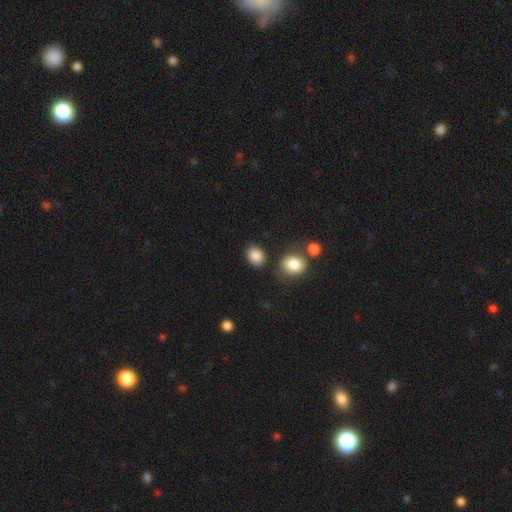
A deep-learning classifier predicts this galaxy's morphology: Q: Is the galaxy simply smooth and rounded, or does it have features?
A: smooth — 87%.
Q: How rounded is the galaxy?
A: in between — 56%.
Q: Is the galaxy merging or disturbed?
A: none — 77%.